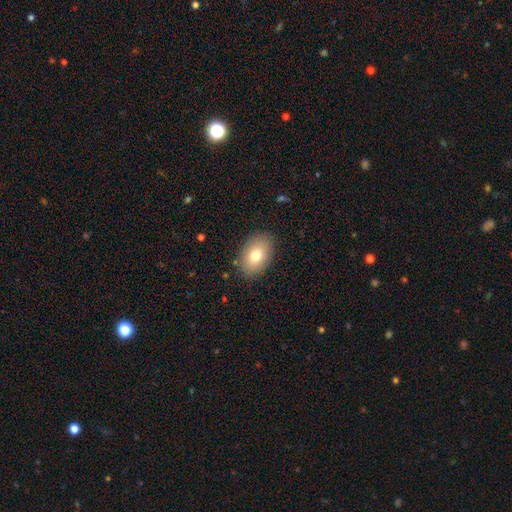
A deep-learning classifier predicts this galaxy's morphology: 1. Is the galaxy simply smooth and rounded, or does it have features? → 76% smooth, 15% featured or disk, 9% star or artifact.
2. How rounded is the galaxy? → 86% in between, 13% round, 1% cigar-shaped.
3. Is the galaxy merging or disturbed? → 86% none, 10% minor disturbance, 3% major disturbance, 1% merger.